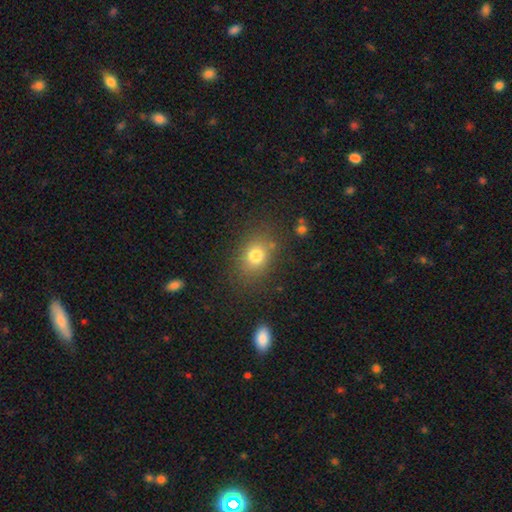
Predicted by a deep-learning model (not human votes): smooth 77%, star or artifact 14%, featured or disk 9%. Down the decision tree: how rounded — round (50%); merging — none (79%).